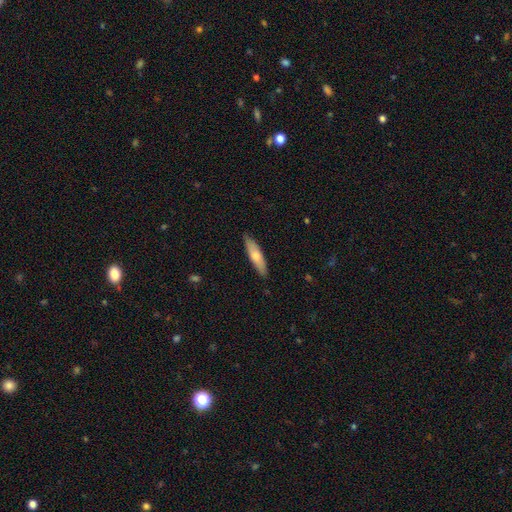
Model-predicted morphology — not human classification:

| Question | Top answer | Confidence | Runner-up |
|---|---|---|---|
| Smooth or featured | smooth | 64% | featured or disk (30%) |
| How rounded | cigar-shaped | 70% | in between (29%) |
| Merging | none | 86% | minor disturbance (11%) |